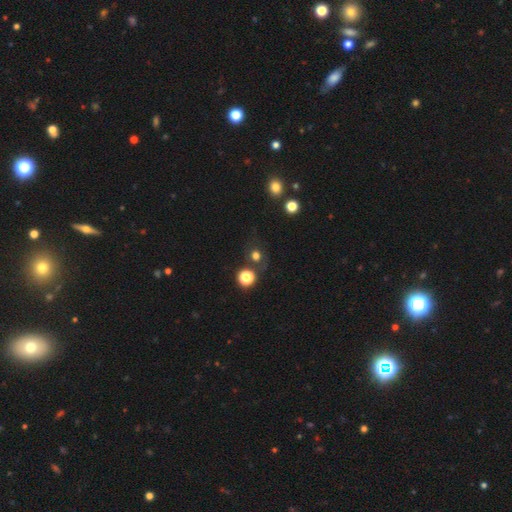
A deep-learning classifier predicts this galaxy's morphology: A smooth galaxy with no disk features (66%) that is round (84%).

Vote fractions:
- Smooth or featured? smooth: 66% / star or artifact: 24% / featured or disk: 10%
- How rounded? round: 84% / in between: 15% / cigar-shaped: 1%
- Merging? none: 71% / minor disturbance: 12% / merger: 10% / major disturbance: 7%